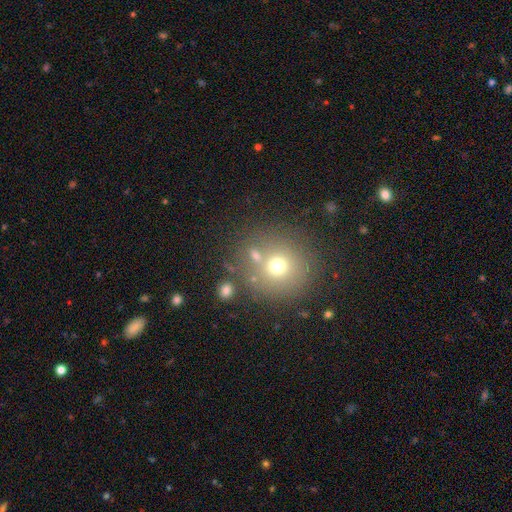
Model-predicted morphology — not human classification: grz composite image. It shows a smooth galaxy with no disk features (67%) that is round (87%). Merging: none (66%).